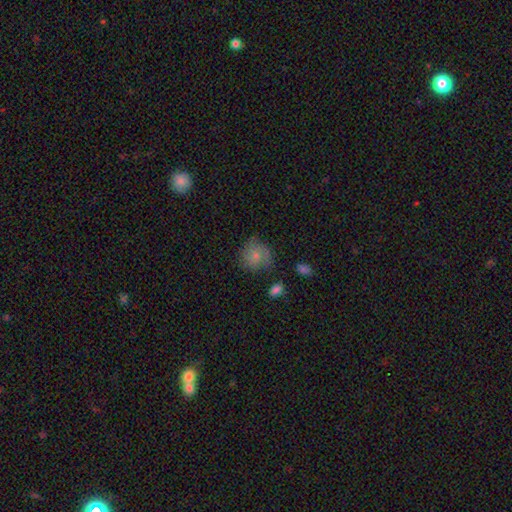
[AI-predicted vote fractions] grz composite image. It shows a smooth galaxy with no disk features (69%) that is round (83%). Merging: none (68%).